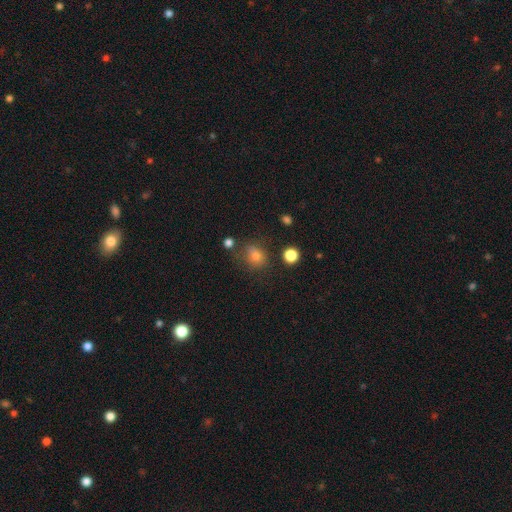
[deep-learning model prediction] Smooth or featured? smooth (73%)
How rounded? round (59%)
Merging? none (71%)